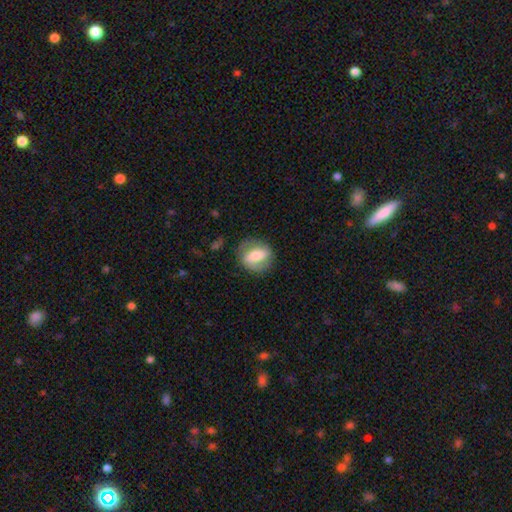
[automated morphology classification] Smooth or featured: featured or disk — 48% (smooth — 46%)
Merging: none — 75% (minor disturbance — 16%)